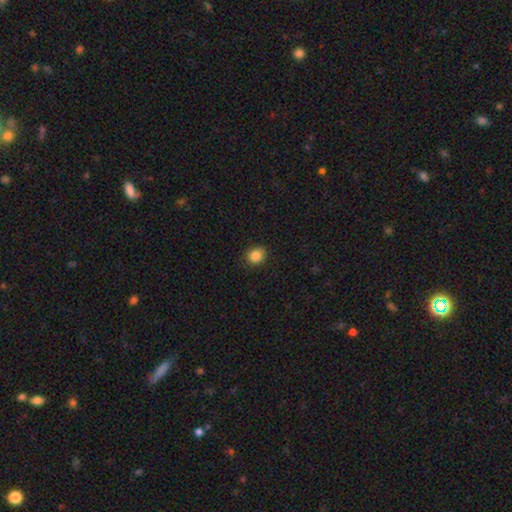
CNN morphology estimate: Smooth or featured? Predicted: smooth (p=0.86). How rounded? Predicted: round (p=0.76). Merging? Predicted: none (p=0.88).